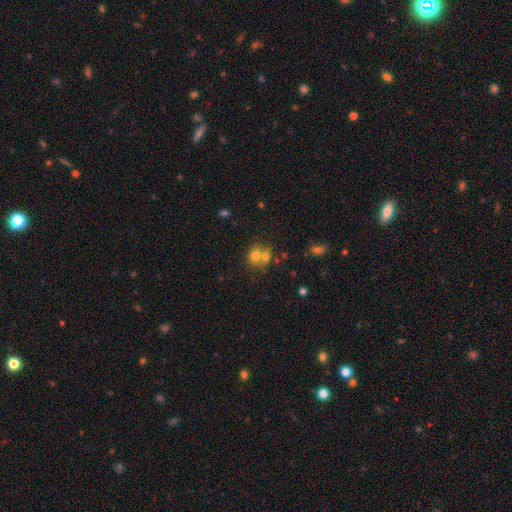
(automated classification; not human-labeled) Smooth or featured? smooth (71%)
How rounded? round (67%)
Merging? merger (54%)